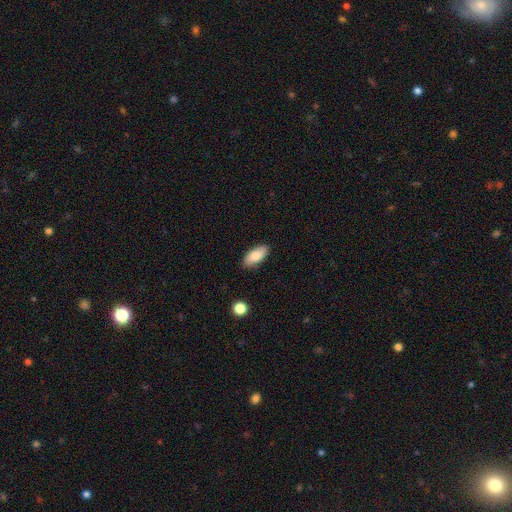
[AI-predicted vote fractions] Overall: smooth (83%). How rounded: in between (89%). Merging: none (85%).